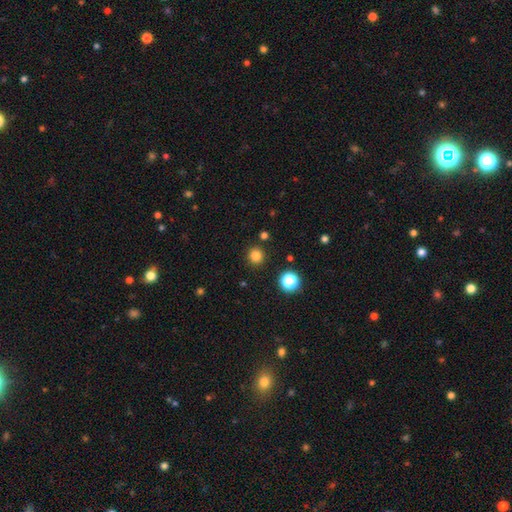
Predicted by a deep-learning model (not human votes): smooth 82%, star or artifact 14%, featured or disk 4%. Down the decision tree: how rounded — round (94%); merging — none (90%).